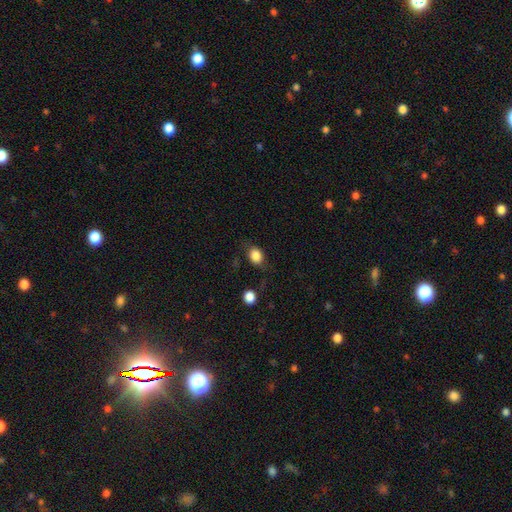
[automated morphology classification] type=smooth (85%); roundness=in between (60%); merging=none (71%).